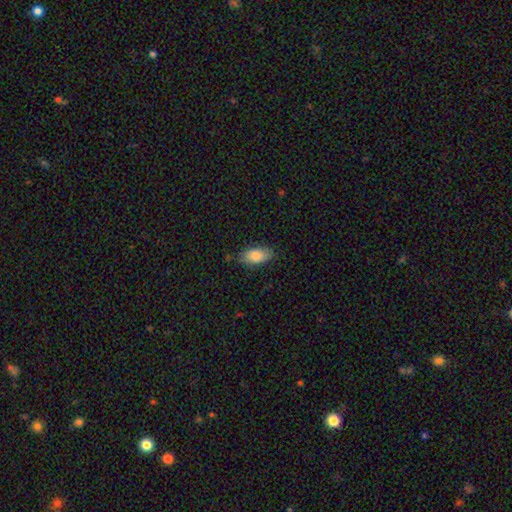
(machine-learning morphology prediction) smooth 84%, featured or disk 9%, star or artifact 7%. Down the decision tree: how rounded — in between (91%); merging — none (81%).